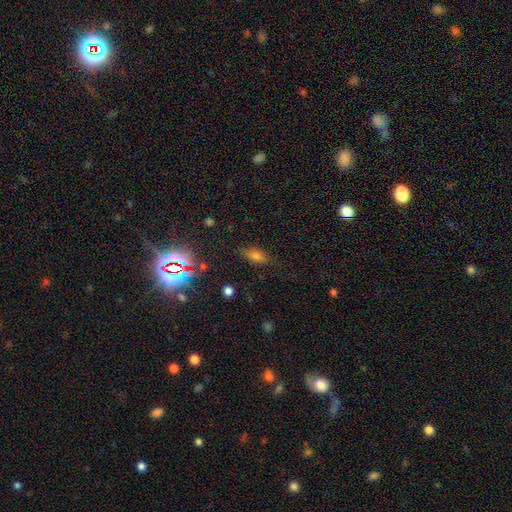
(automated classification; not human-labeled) Q: Smooth or featured?
A: smooth (63%); runner-up: star or artifact (24%)
Q: How rounded?
A: in between (80%); runner-up: cigar-shaped (13%)
Q: Merging?
A: none (76%); runner-up: minor disturbance (17%)